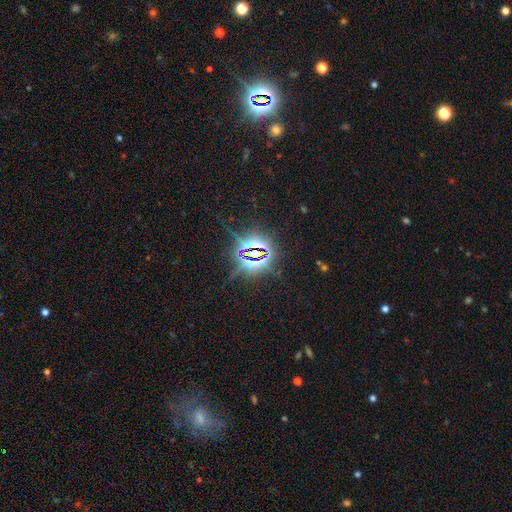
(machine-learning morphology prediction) This is clearly a star or artifact rather than a galaxy (83%).